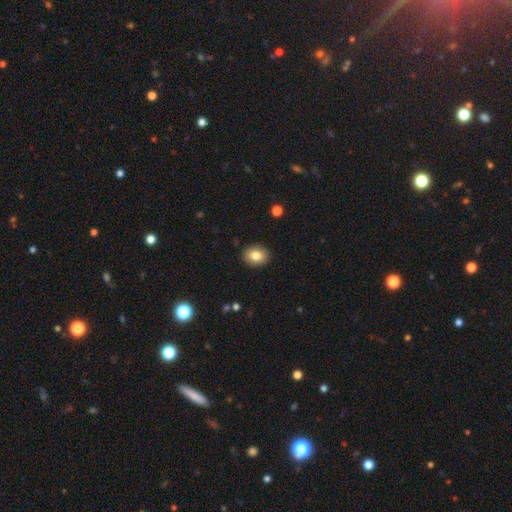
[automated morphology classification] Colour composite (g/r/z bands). It shows a smooth galaxy with no disk features (82%) that is round (53%). Merging: none (91%).